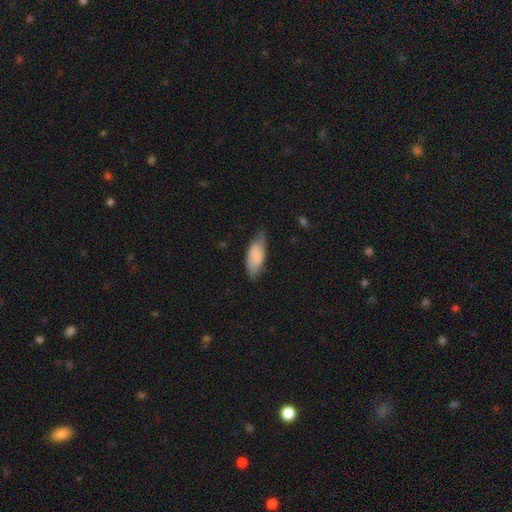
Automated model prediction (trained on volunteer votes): Smooth or featured? smooth (73%)
How rounded? in between (83%)
Merging? none (62%)